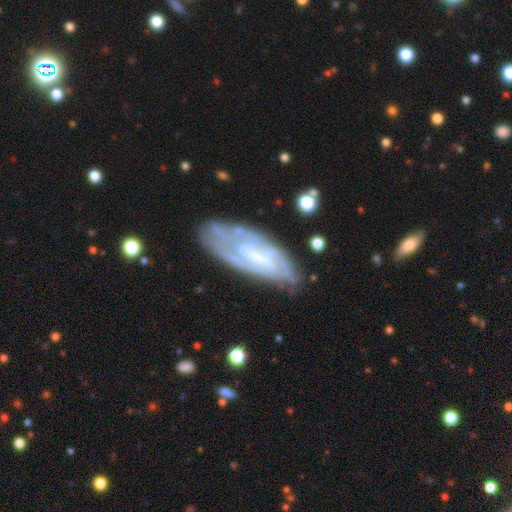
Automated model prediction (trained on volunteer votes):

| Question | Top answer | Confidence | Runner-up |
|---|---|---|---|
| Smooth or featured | featured or disk | 72% | smooth (20%) |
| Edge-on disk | no | 87% | yes (13%) |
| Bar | weak | 39% | no (31%) |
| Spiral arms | yes | 71% | no (29%) |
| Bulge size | small | 43% | none (35%) |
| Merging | none | 65% | minor disturbance (22%) |